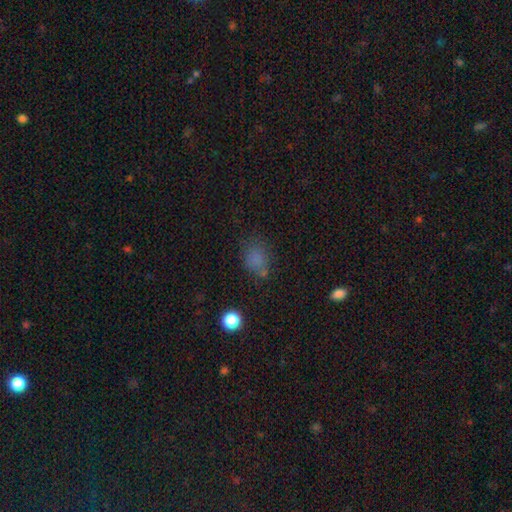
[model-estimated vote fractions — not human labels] The model was most divided on "how rounded": in between: 51%, round: 48%, cigar-shaped: 2%. More confident: smooth or featured — smooth (73%); merging — none (64%).